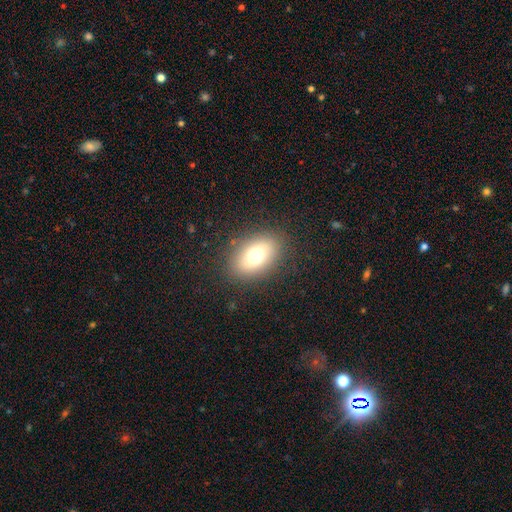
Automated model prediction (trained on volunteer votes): Smooth or featured?
  - smooth: 73% *
  - featured or disk: 18%
  - star or artifact: 10%
How rounded?
  - in between: 84% *
  - round: 14%
  - cigar-shaped: 2%
Merging?
  - none: 85% *
  - minor disturbance: 10%
  - major disturbance: 4%
  - merger: 1%